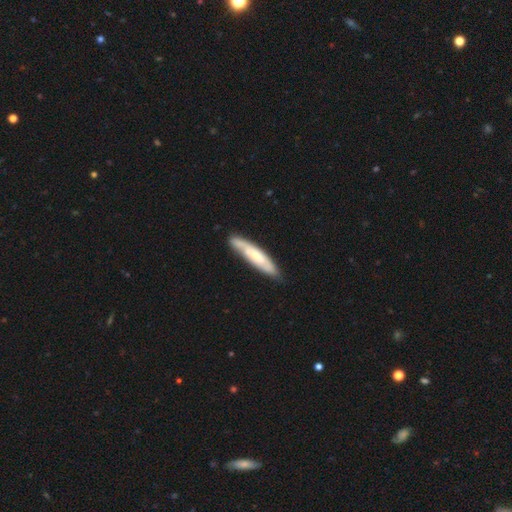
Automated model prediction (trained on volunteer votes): Smooth or featured?
  - featured or disk: 52% *
  - smooth: 43%
  - star or artifact: 5%
Edge-on disk?
  - no: 53% *
  - yes: 47%
Merging?
  - none: 76% *
  - minor disturbance: 18%
  - major disturbance: 4%
  - merger: 3%